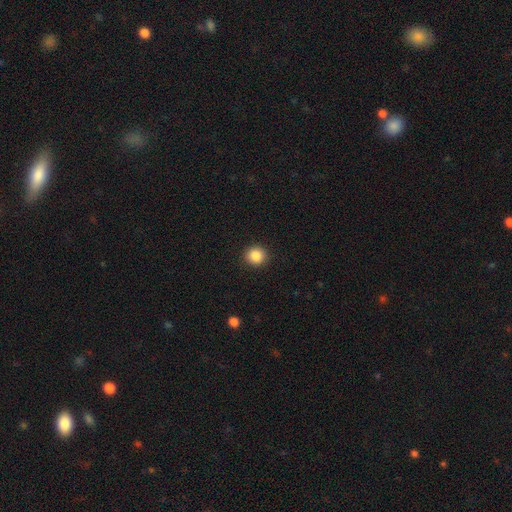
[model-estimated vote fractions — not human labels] This appears to be a smooth galaxy with no disk features (87%) that is round (90%). Merging: none (92%).